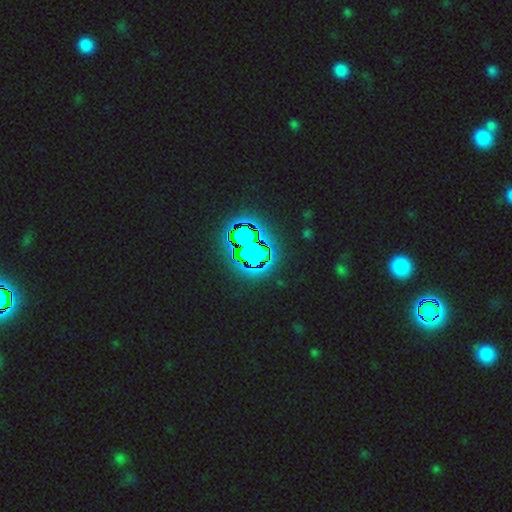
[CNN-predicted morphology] Smooth or featured: star or artifact — 74% (smooth — 14%)